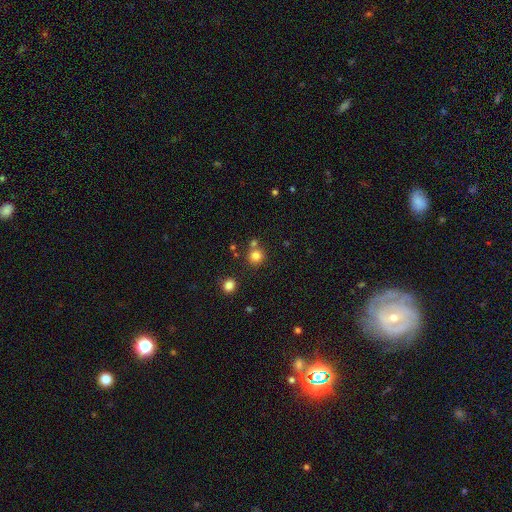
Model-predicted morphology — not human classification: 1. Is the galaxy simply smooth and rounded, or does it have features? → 79% smooth, 14% star or artifact, 7% featured or disk.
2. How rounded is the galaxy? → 91% round, 8% in between, 1% cigar-shaped.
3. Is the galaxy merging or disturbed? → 72% none, 17% merger, 8% minor disturbance, 3% major disturbance.